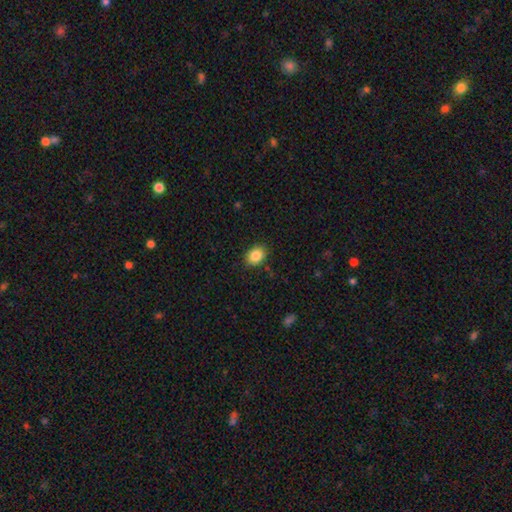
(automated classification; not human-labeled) Morphology: type=smooth (86%); roundness=in between (67%); merging=none (87%).